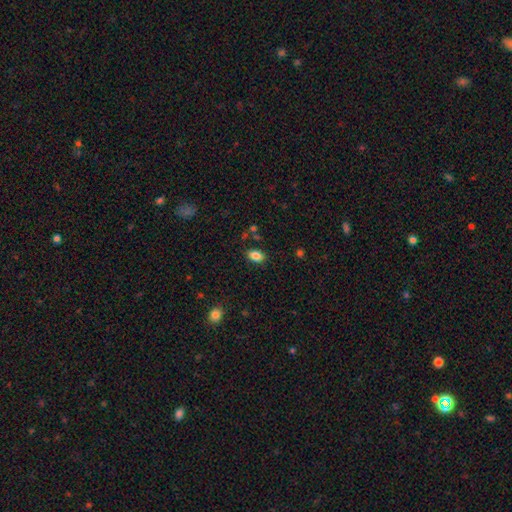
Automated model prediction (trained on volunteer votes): smooth_or_featured: smooth (p=0.85) [alt: star or artifact p=0.09]
how_rounded: in between (p=0.86) [alt: round p=0.13]
merging: none (p=0.84) [alt: minor disturbance p=0.11]